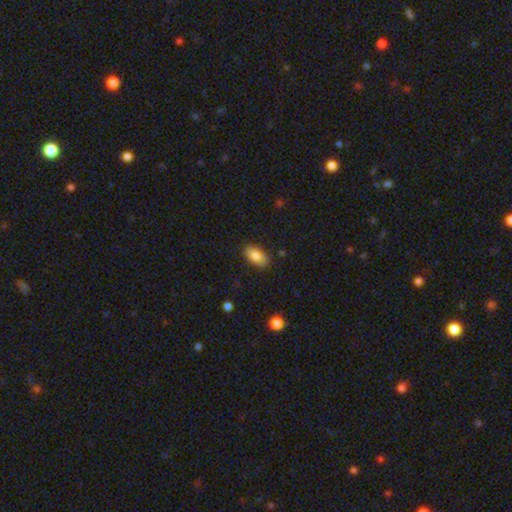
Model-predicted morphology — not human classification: smooth 84%, featured or disk 9%, star or artifact 7%. Down the decision tree: how rounded — in between (93%); merging — none (86%).